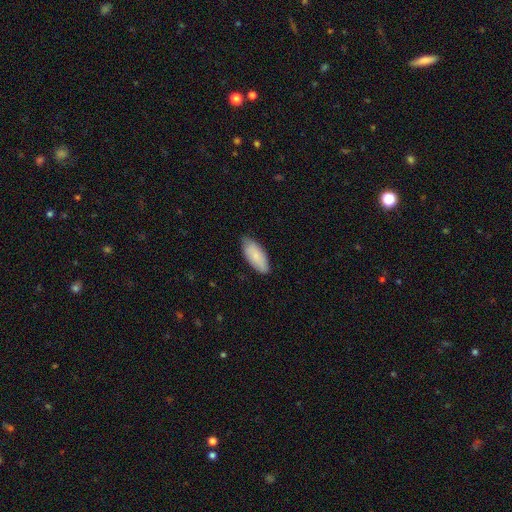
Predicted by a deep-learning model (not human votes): smooth 83%, featured or disk 11%, star or artifact 6%. Down the decision tree: how rounded — in between (85%); merging — none (81%).